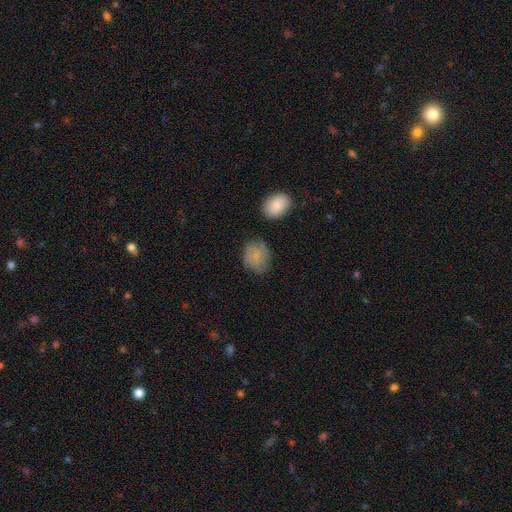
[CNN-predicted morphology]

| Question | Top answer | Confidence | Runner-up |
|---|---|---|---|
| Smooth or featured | smooth | 75% | featured or disk (17%) |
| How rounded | round | 56% | in between (43%) |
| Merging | none | 69% | minor disturbance (21%) |